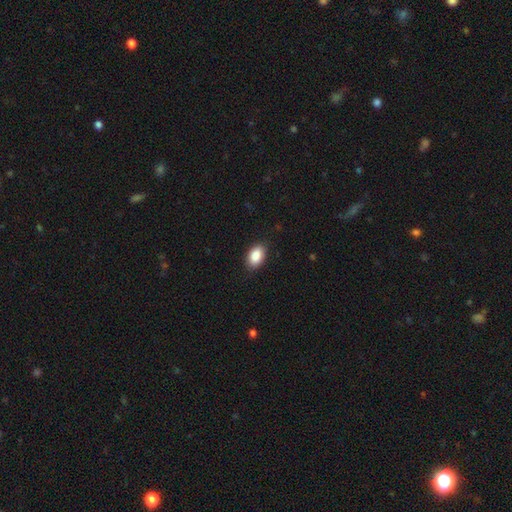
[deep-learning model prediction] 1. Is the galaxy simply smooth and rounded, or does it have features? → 88% smooth, 7% star or artifact, 5% featured or disk.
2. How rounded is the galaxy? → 91% in between, 8% round, 1% cigar-shaped.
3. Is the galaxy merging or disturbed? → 87% none, 10% minor disturbance, 2% major disturbance, 1% merger.